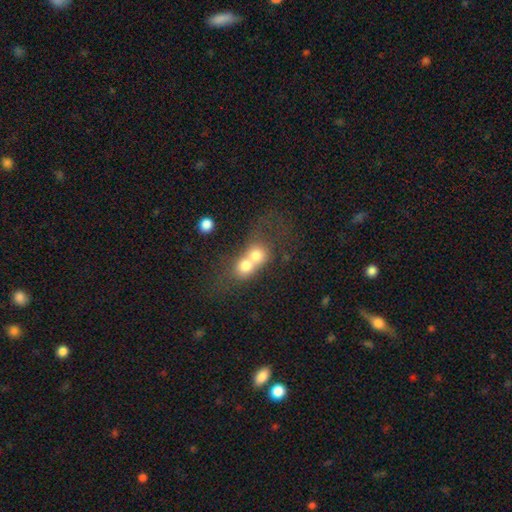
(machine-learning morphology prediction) Smooth or featured?
  - smooth: 68% *
  - featured or disk: 21%
  - star or artifact: 11%
How rounded?
  - round: 69% *
  - in between: 29%
  - cigar-shaped: 2%
Merging?
  - merger: 77% *
  - none: 15%
  - major disturbance: 4%
  - minor disturbance: 4%